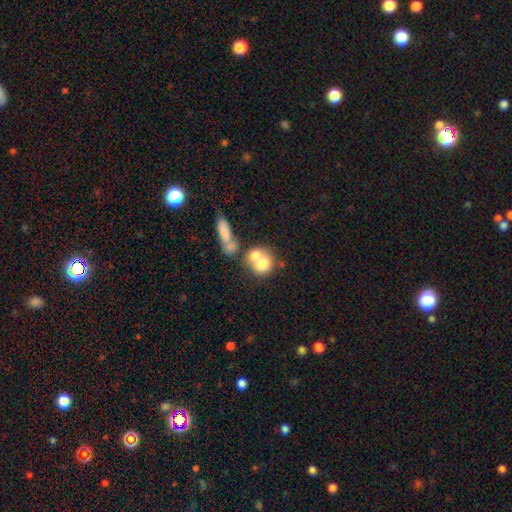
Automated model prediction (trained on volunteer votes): smooth_or_featured: smooth (p=0.68) [alt: featured or disk p=0.22]
how_rounded: round (p=0.68) [alt: in between p=0.30]
merging: merger (p=0.61) [alt: none p=0.26]